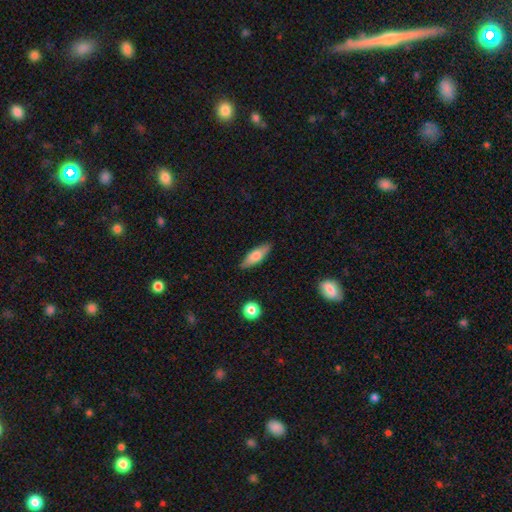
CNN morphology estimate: Smooth or featured?
  - smooth: 66% *
  - featured or disk: 28%
  - star or artifact: 6%
How rounded?
  - in between: 55% *
  - cigar-shaped: 42%
  - round: 3%
Merging?
  - none: 83% *
  - minor disturbance: 13%
  - major disturbance: 2%
  - merger: 1%